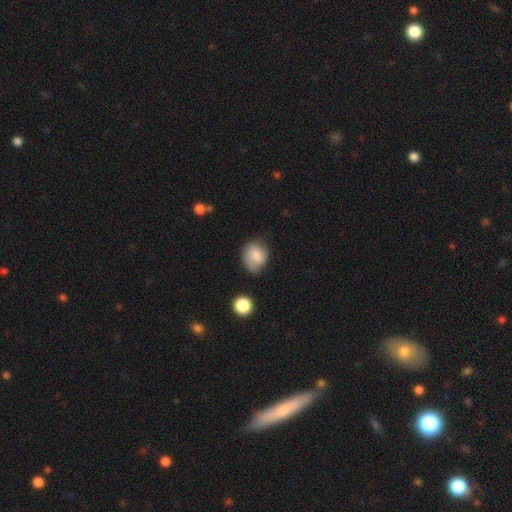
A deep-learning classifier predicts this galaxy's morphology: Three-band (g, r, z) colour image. It shows a smooth galaxy with no disk features (74%) that is round (59%). Merging: none (50%).